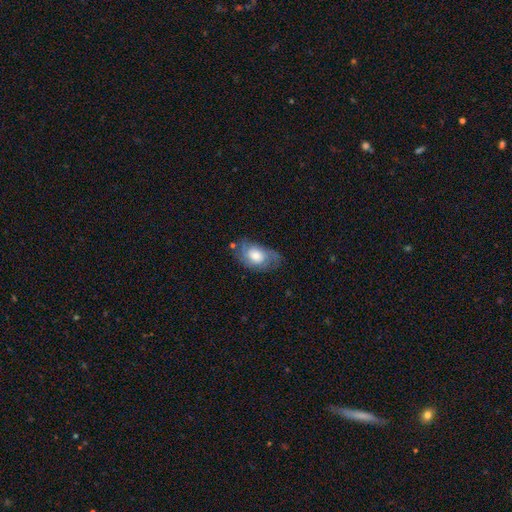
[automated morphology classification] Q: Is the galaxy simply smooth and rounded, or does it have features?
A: featured or disk — 50%.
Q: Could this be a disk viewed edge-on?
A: no — 94%.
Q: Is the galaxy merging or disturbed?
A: none — 55%.